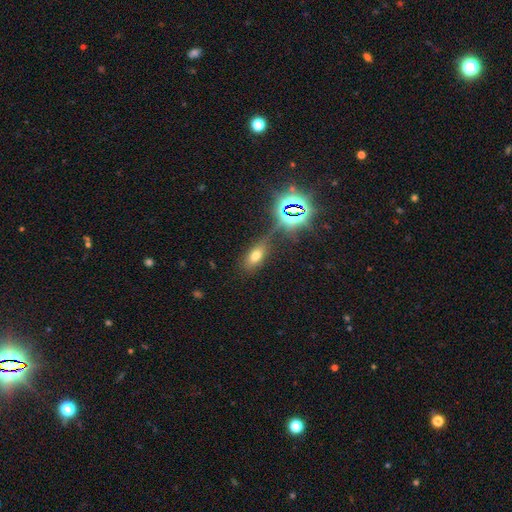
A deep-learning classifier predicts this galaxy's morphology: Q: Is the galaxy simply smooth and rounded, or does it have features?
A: smooth — 59%.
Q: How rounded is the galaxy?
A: in between — 79%.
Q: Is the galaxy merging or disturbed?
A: none — 72%.